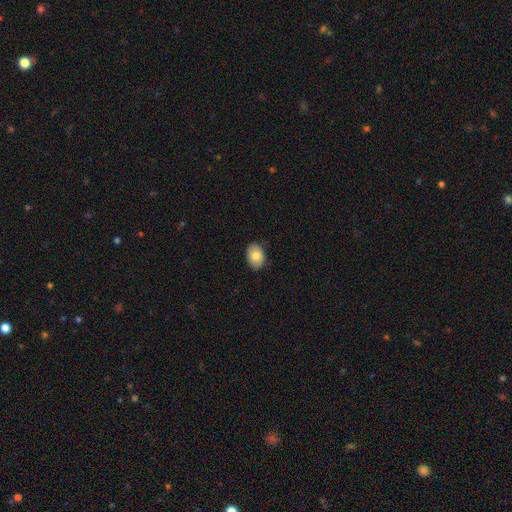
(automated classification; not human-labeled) The model was most divided on "how rounded": in between: 79%, round: 20%, cigar-shaped: 1%. More confident: merging — none (86%); smooth or featured — smooth (81%).